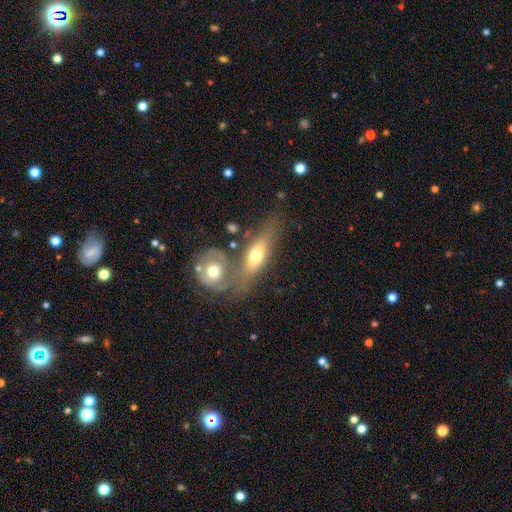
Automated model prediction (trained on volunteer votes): A smooth galaxy with no disk features (51%) that is in between round and cigar-shaped (63%). Merging: merger (44%).